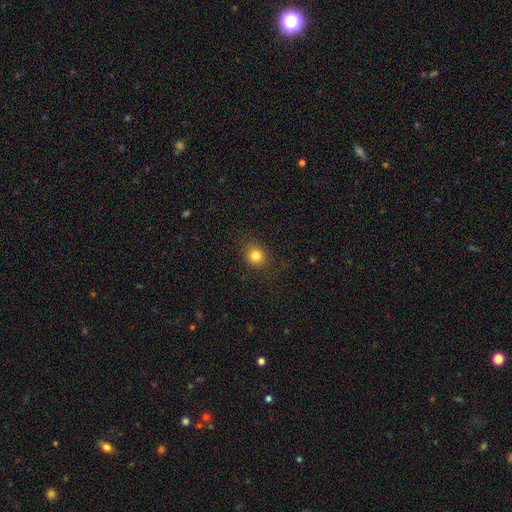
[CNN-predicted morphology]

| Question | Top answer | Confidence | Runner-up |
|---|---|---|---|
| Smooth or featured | smooth | 82% | star or artifact (12%) |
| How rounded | round | 78% | in between (21%) |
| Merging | none | 85% | minor disturbance (10%) |